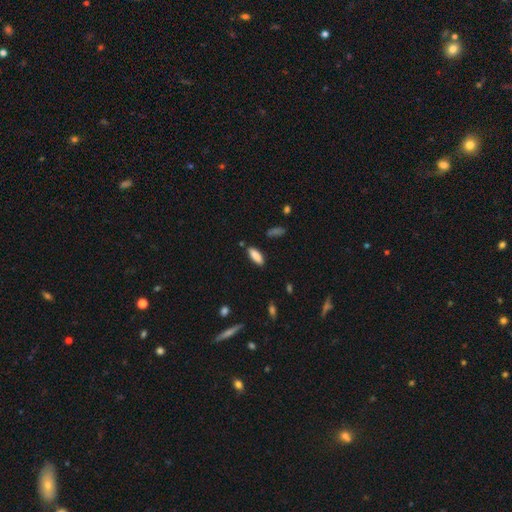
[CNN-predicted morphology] Smooth or featured? Predicted: smooth (p=0.87). How rounded? Predicted: in between (p=0.67). Merging? Predicted: none (p=0.84).